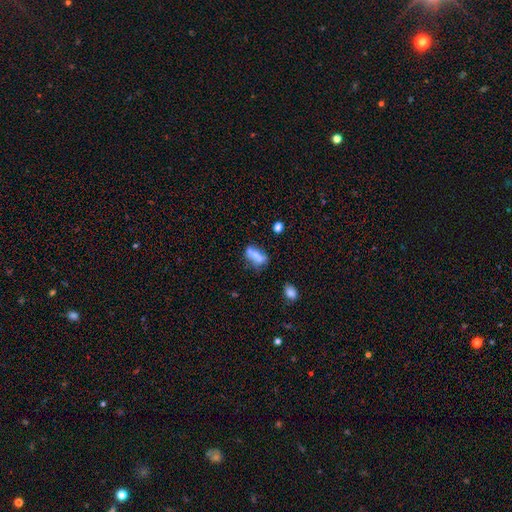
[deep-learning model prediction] The model was most divided on "merging": none: 45%, minor disturbance: 23%, merger: 20%, major disturbance: 13%. More confident: how rounded — in between (66%); smooth or featured — smooth (64%).